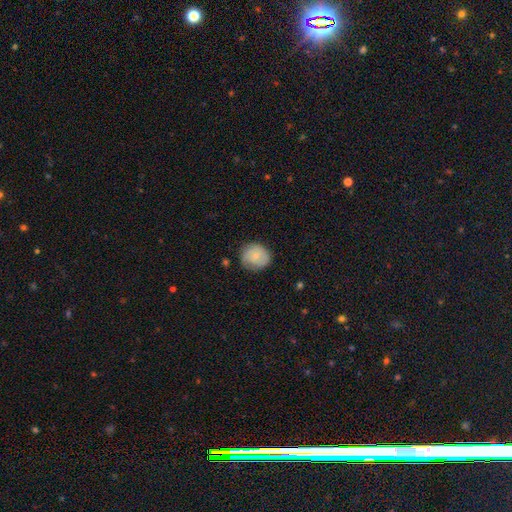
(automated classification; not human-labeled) A smooth galaxy with no disk features (65%) that is round (82%).

Vote fractions:
- Smooth or featured? smooth: 65% / featured or disk: 28% / star or artifact: 7%
- How rounded? round: 82% / in between: 17% / cigar-shaped: 1%
- Merging? none: 72% / minor disturbance: 21% / major disturbance: 6% / merger: 1%